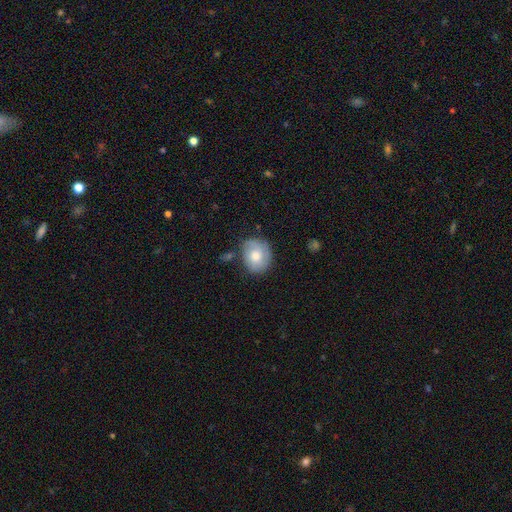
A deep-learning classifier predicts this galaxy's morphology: Smooth or featured?
  - smooth: 57% *
  - featured or disk: 36%
  - star or artifact: 7%
How rounded?
  - round: 64% *
  - in between: 35%
  - cigar-shaped: 1%
Merging?
  - none: 68% *
  - minor disturbance: 22%
  - major disturbance: 6%
  - merger: 4%